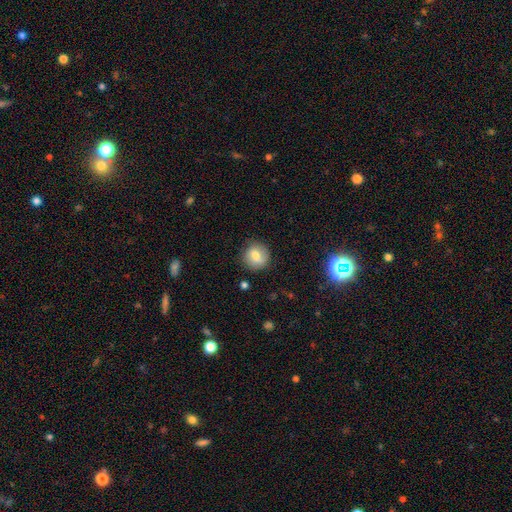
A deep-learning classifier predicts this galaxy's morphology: The model was most divided on "smooth or featured": smooth: 67%, featured or disk: 24%, star or artifact: 9%. More confident: how rounded — round (90%); merging — none (82%).